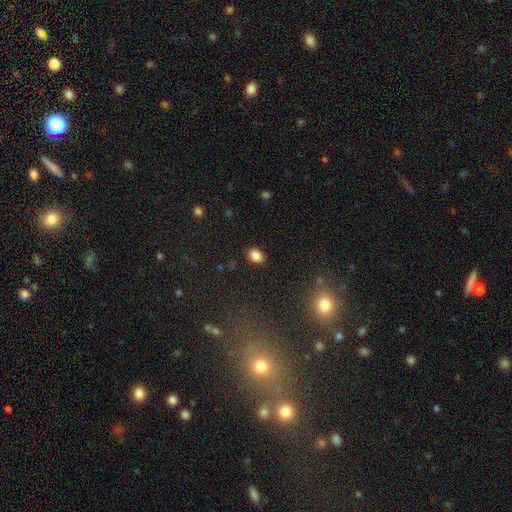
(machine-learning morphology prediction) A smooth galaxy with no disk features (85%) that is in between round and cigar-shaped (73%).

Vote fractions:
- Smooth or featured? smooth: 85% / star or artifact: 10% / featured or disk: 4%
- How rounded? in between: 73% / round: 26% / cigar-shaped: 1%
- Merging? none: 88% / minor disturbance: 9% / major disturbance: 2% / merger: 1%